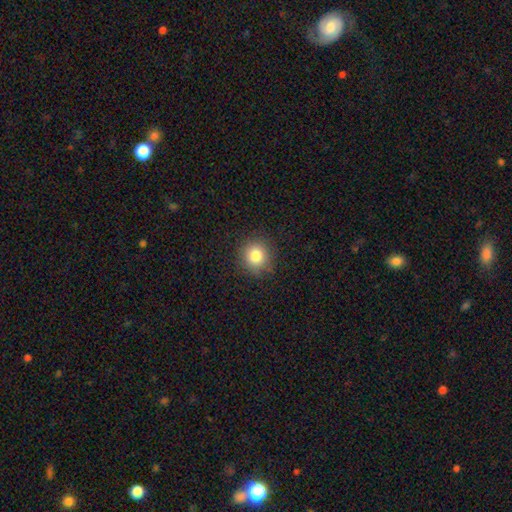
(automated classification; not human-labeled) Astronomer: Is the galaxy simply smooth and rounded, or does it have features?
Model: smooth — 81%.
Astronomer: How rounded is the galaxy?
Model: round — 90%.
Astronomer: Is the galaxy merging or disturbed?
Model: none — 87%.